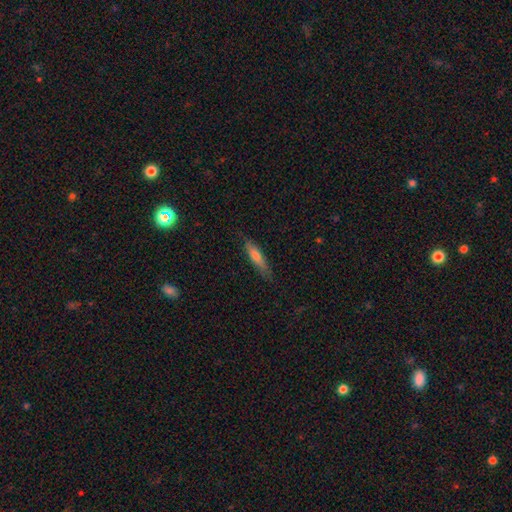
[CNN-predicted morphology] smooth_or_featured: smooth (p=0.60) [alt: featured or disk p=0.33]
how_rounded: cigar-shaped (p=0.81) [alt: in between p=0.17]
merging: none (p=0.83) [alt: minor disturbance p=0.14]